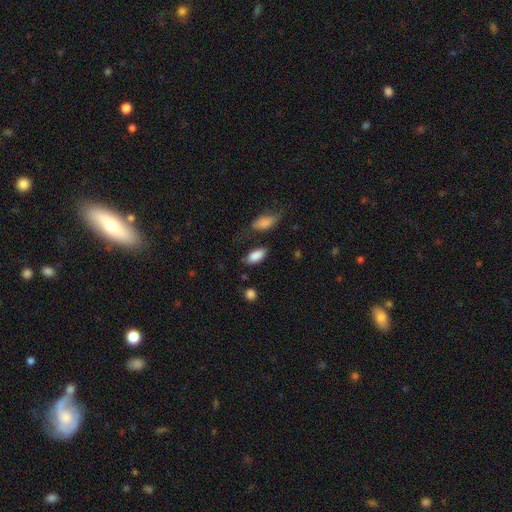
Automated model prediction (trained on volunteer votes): Smooth or featured?
  - smooth: 87% *
  - star or artifact: 7%
  - featured or disk: 6%
How rounded?
  - in between: 90% *
  - cigar-shaped: 7%
  - round: 3%
Merging?
  - none: 68% *
  - minor disturbance: 20%
  - major disturbance: 7%
  - merger: 5%